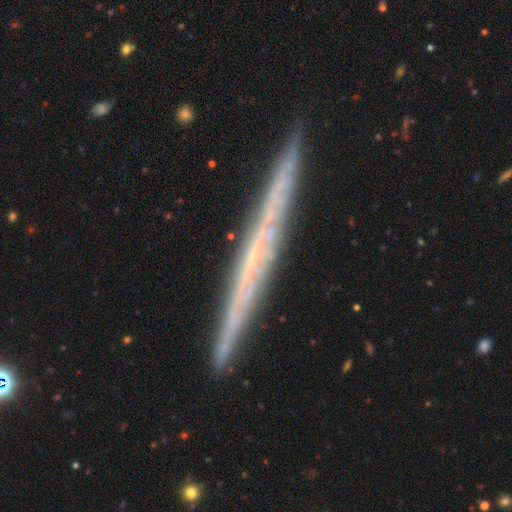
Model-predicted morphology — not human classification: This appears to be a featured or disk galaxy (72%) viewed edge-on (97%) with no central bulge (84%). Merging: none (91%).